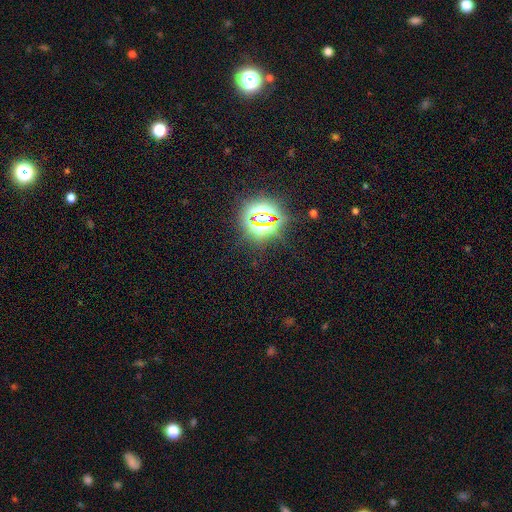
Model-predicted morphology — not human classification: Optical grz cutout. It shows a star or artifact, not a galaxy (80%).